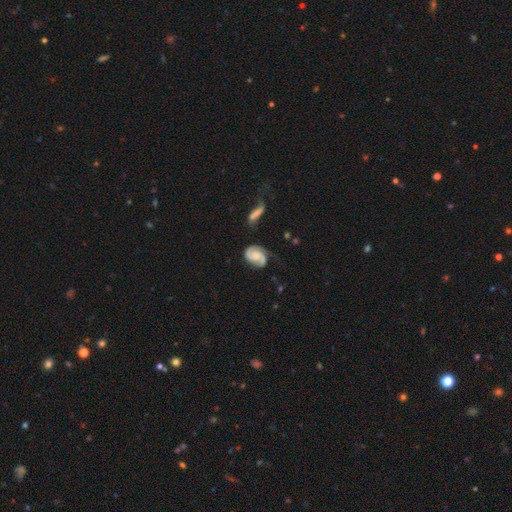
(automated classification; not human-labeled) Q: Smooth or featured?
A: featured or disk (80%); runner-up: smooth (14%)
Q: Edge-on disk?
A: no (98%); runner-up: yes (2%)
Q: Bar?
A: no (61%); runner-up: weak (32%)
Q: Spiral arms?
A: yes (96%); runner-up: no (4%)
Q: Spiral winding?
A: medium (45%); runner-up: tight (36%)
Q: Spiral arm count?
A: 2 (88%); runner-up: can't tell (4%)
Q: Bulge size?
A: none (36%); runner-up: small (31%)
Q: Merging?
A: none (65%); runner-up: minor disturbance (21%)